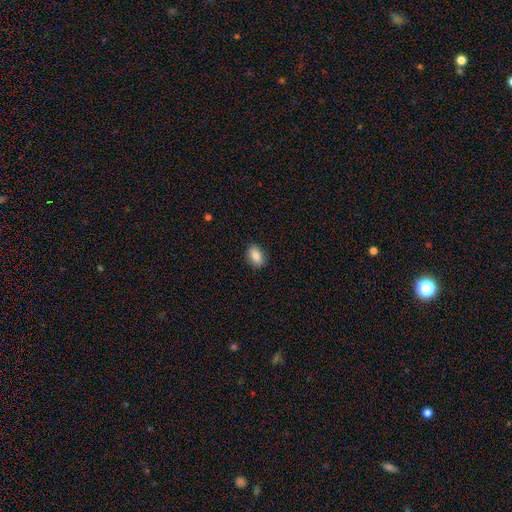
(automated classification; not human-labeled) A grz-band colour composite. It shows a smooth galaxy with no disk features (84%) that is in between round and cigar-shaped (85%). Merging: none (86%).